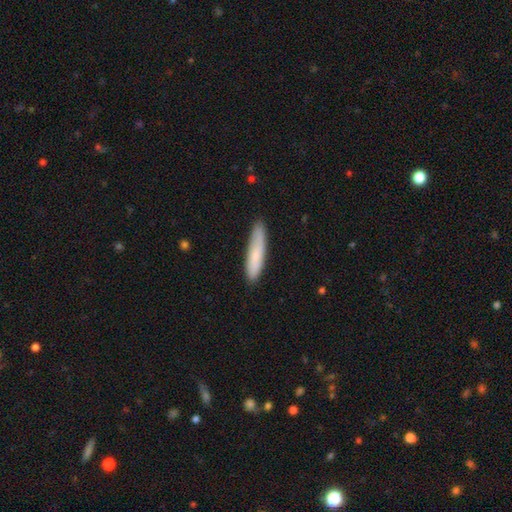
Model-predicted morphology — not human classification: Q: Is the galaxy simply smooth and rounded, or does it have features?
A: smooth — 77%.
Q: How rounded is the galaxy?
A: cigar-shaped — 84%.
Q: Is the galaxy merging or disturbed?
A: none — 82%.